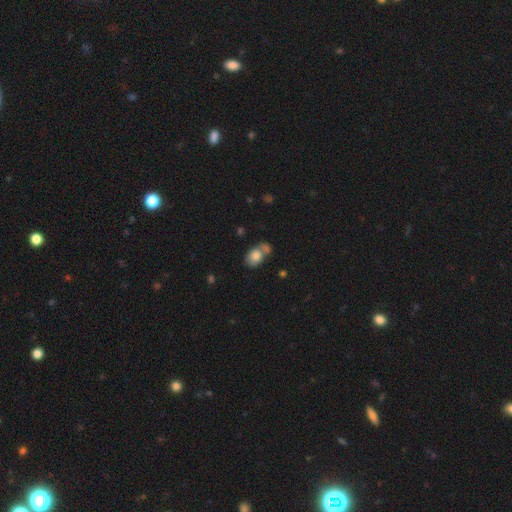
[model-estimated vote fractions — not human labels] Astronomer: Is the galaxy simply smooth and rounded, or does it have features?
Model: smooth — 79%.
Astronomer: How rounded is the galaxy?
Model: in between — 73%.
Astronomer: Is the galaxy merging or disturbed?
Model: none — 42% (runner-up: merger, 37%).